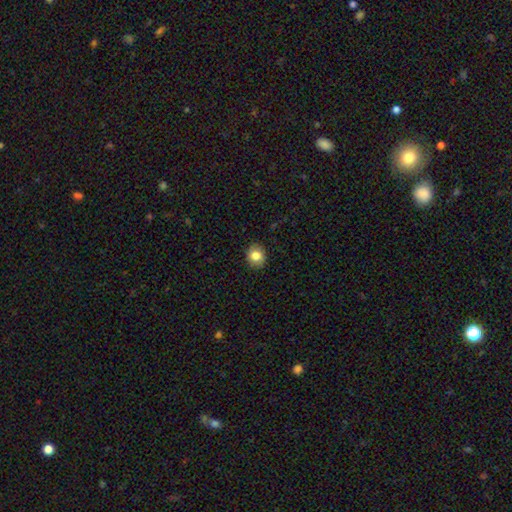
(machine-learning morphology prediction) Smooth or featured?
  - smooth: 83% *
  - star or artifact: 9%
  - featured or disk: 8%
How rounded?
  - round: 69% *
  - in between: 30%
  - cigar-shaped: 1%
Merging?
  - none: 89% *
  - minor disturbance: 8%
  - major disturbance: 2%
  - merger: 1%